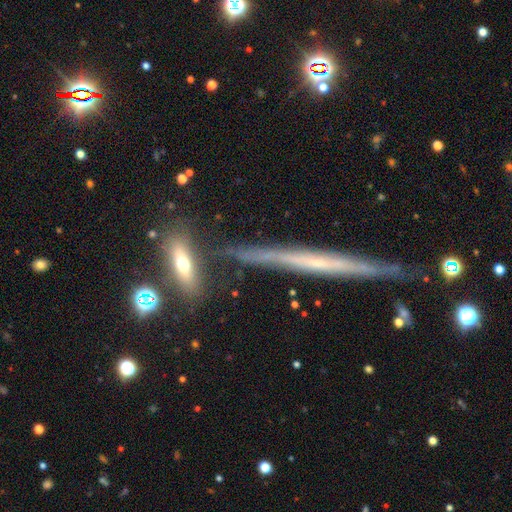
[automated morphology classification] This appears to be a featured or disk galaxy (60%) viewed edge-on (92%) with no central bulge (62%). Merging: none (78%).